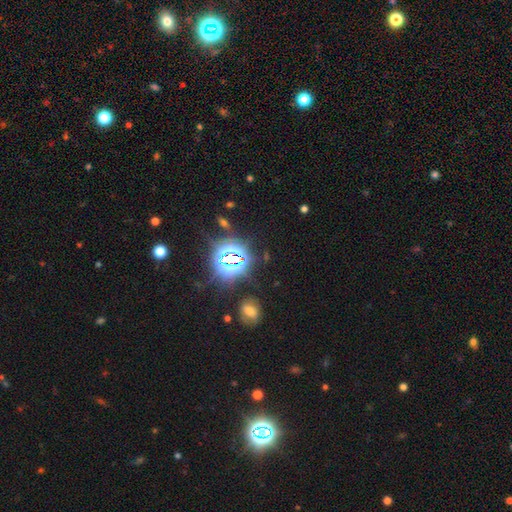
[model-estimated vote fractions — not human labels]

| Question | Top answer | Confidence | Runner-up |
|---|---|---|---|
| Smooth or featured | star or artifact | 79% | smooth (14%) |